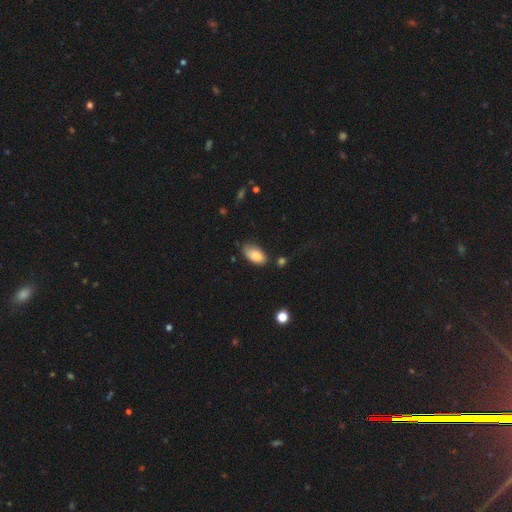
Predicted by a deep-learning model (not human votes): Overall: smooth (83%). How rounded: in between (94%). Merging: none (66%).